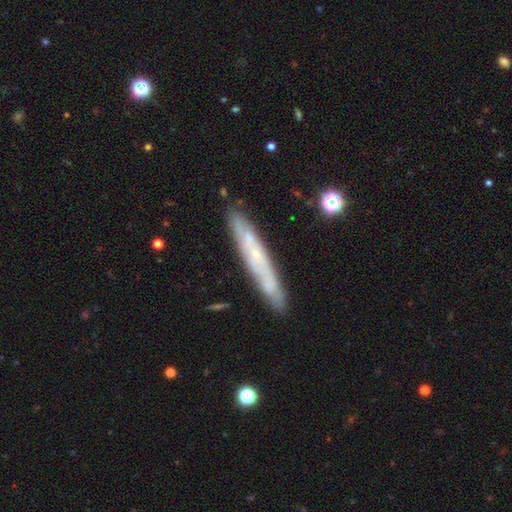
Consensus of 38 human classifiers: Smooth or featured? featured or disk (50%)
Edge-on disk? yes (79%)
Edge-on bulge? none (87%)
Merging? none (86%)